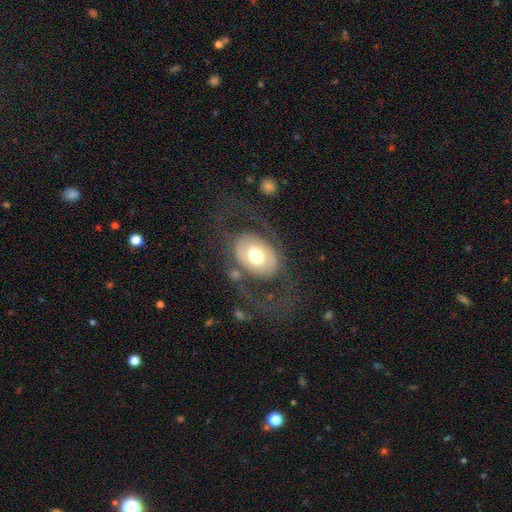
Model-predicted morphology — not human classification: Smooth or featured? featured or disk (52%)
Edge-on disk? no (93%)
Merging? none (59%)